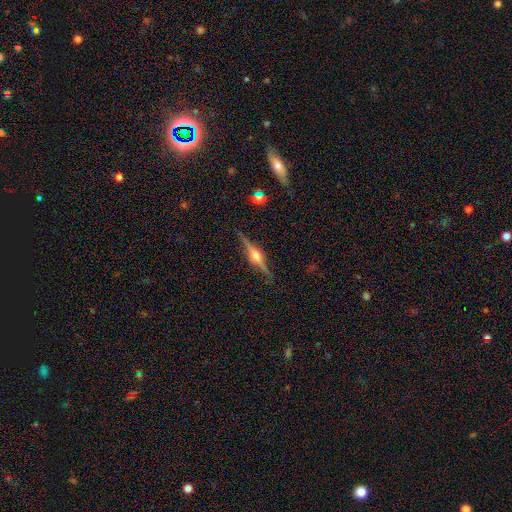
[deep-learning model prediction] Smooth or featured?
  - featured or disk: 85% *
  - smooth: 9%
  - star or artifact: 6%
Edge-on disk?
  - yes: 98% *
  - no: 2%
Edge-on bulge?
  - rounded: 91% *
  - boxy: 7%
  - none: 2%
Merging?
  - none: 89% *
  - minor disturbance: 8%
  - major disturbance: 2%
  - merger: 1%